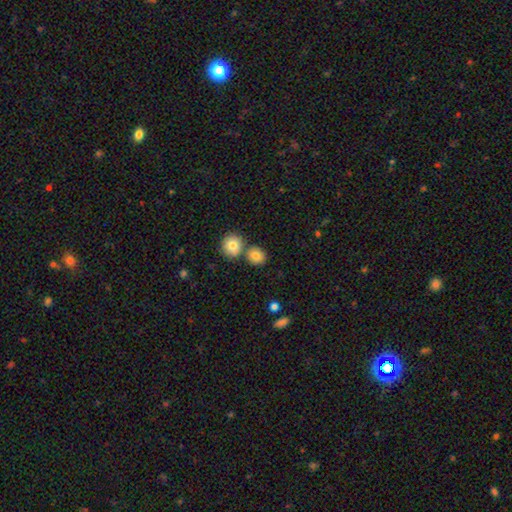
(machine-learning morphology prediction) smooth_or_featured: smooth (p=0.82) [alt: star or artifact p=0.10]
how_rounded: round (p=0.74) [alt: in between p=0.25]
merging: none (p=0.66) [alt: merger p=0.22]